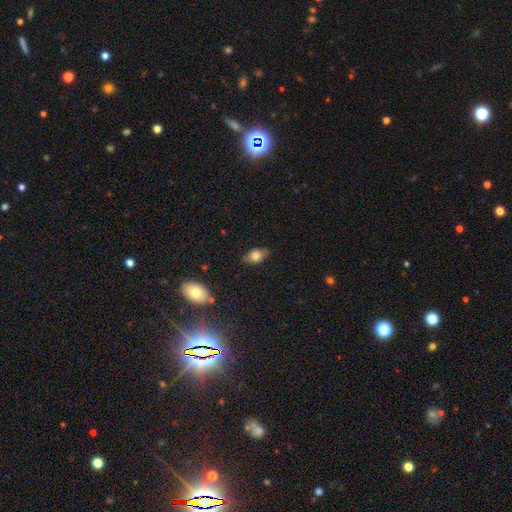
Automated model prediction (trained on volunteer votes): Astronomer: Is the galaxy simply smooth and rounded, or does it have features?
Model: smooth — 75%.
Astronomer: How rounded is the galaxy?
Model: in between — 86%.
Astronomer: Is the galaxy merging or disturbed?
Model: none — 79%.